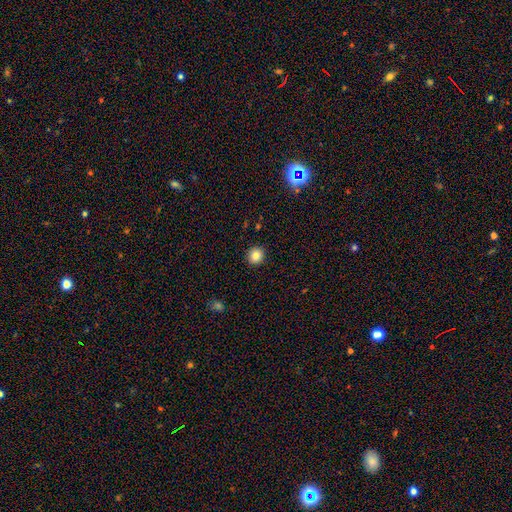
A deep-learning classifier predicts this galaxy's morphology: This appears to be a smooth galaxy with no disk features (84%) that is round (90%). Merging: none (93%).